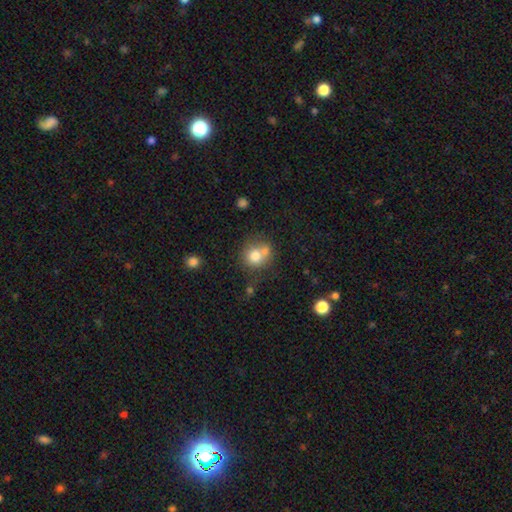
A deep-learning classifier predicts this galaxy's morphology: This appears to be a smooth galaxy with no disk features (75%) that is round (84%). Merging: none (47%).